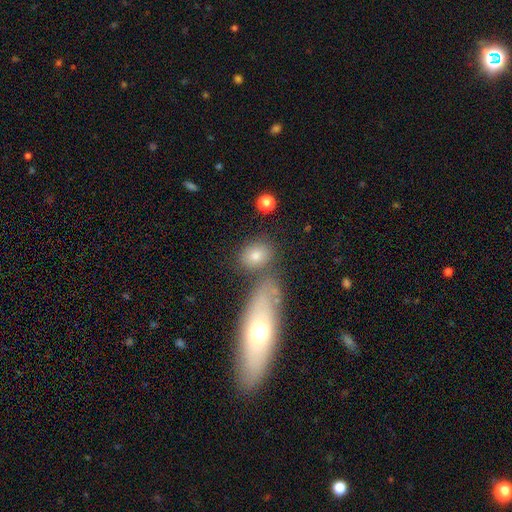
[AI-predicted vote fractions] smooth_or_featured: smooth (p=0.79) [alt: featured or disk p=0.11]
how_rounded: in between (p=0.56) [alt: round p=0.42]
merging: none (p=0.69) [alt: merger p=0.14]